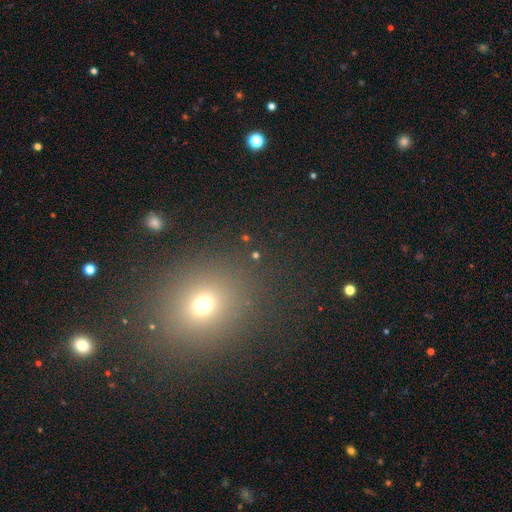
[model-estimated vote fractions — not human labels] Smooth or featured? Predicted: smooth (p=0.51). How rounded? Predicted: round (p=0.77). Merging? Predicted: none (p=0.84).